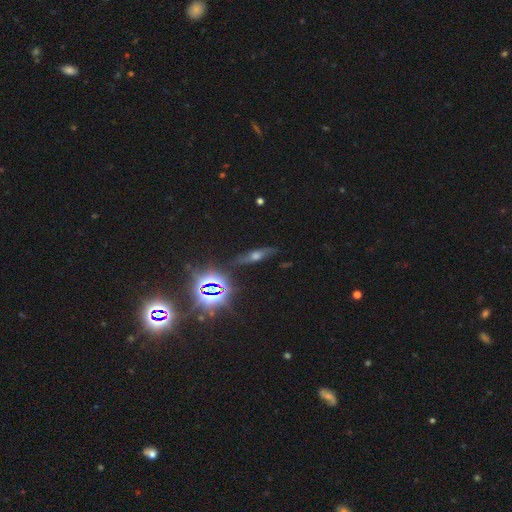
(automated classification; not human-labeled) smooth-or-featured: featured or disk: 42% | star or artifact: 33% | smooth: 25%
  merging: none: 81% | minor disturbance: 13% | major disturbance: 4% | merger: 2%